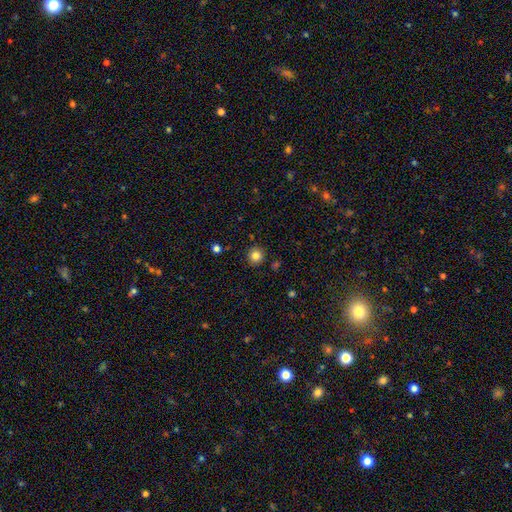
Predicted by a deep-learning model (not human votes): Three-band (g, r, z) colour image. It shows a smooth galaxy with no disk features (83%) that is round (94%). Merging: none (90%).